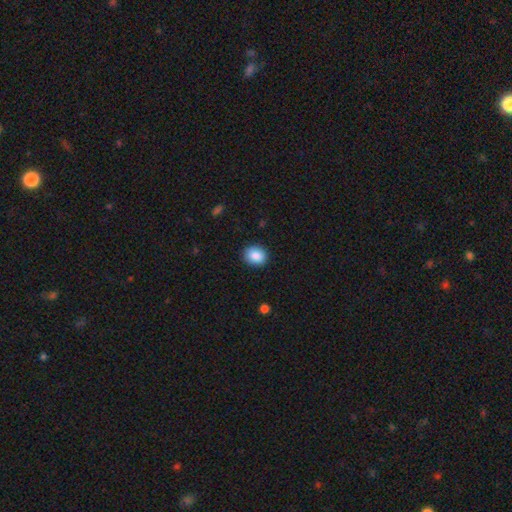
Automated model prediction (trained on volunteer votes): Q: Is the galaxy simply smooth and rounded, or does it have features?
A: smooth — 88%.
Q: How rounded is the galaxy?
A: round — 58%.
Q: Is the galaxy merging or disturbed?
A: none — 89%.